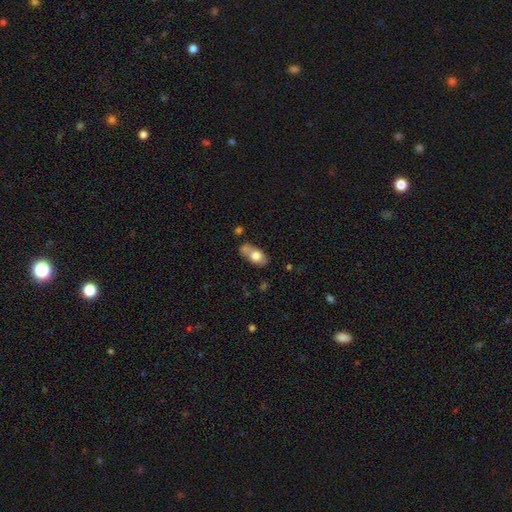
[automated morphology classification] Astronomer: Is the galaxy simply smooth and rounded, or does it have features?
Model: smooth — 69%.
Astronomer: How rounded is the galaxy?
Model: in between — 85%.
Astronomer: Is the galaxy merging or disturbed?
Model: none — 53%.